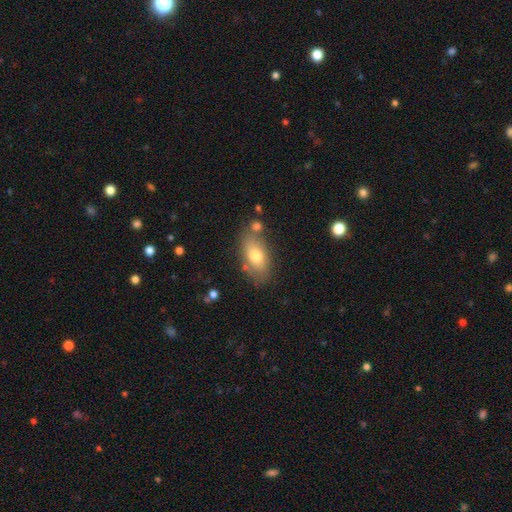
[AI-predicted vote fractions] Smooth or featured? Predicted: smooth (p=0.73). How rounded? Predicted: in between (p=0.89). Merging? Predicted: none (p=0.70).